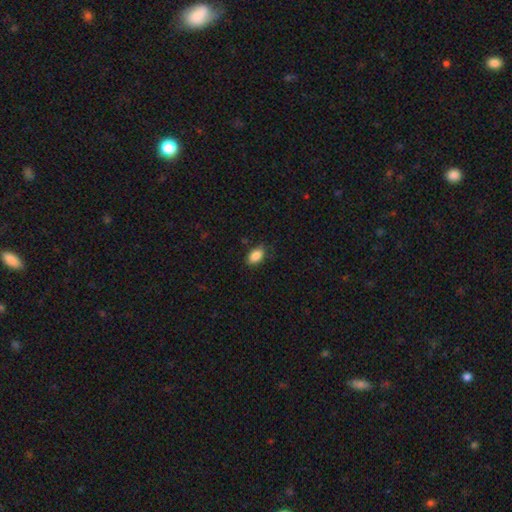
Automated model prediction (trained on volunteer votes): Smooth or featured? Predicted: smooth (p=0.87). How rounded? Predicted: in between (p=0.91). Merging? Predicted: none (p=0.80).